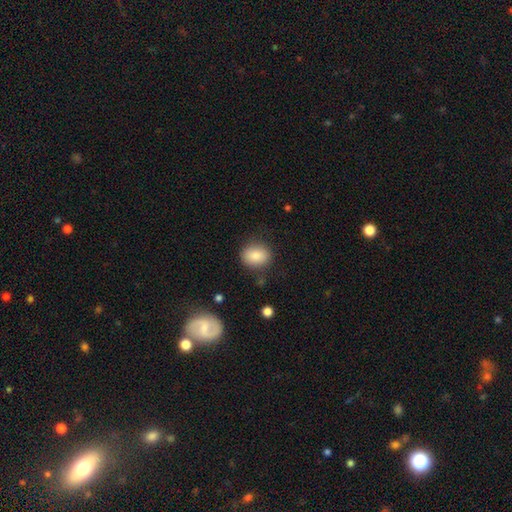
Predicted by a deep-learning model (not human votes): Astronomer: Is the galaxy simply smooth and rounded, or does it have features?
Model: smooth — 84%.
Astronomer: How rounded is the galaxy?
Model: round — 53% (runner-up: in between, 46%).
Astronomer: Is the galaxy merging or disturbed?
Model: none — 82%.